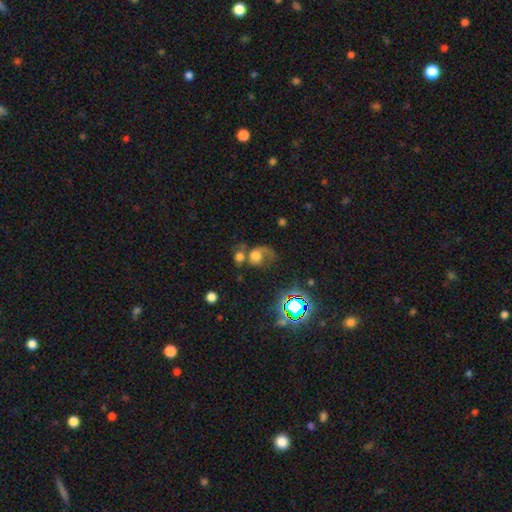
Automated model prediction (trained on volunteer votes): Smooth or featured?
  - smooth: 49% *
  - featured or disk: 32%
  - star or artifact: 20%
Merging?
  - merger: 37% *
  - major disturbance: 27%
  - none: 23%
  - minor disturbance: 13%